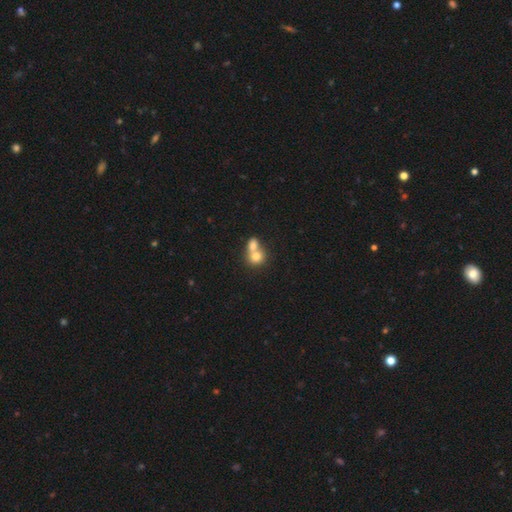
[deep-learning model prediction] A smooth galaxy with no disk features (74%) that is round (67%). Merging: merger (69%).